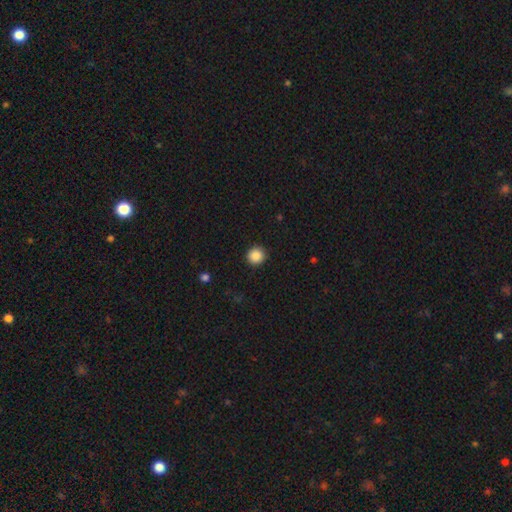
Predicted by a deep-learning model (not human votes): Smooth or featured?
  - smooth: 87% *
  - star or artifact: 10%
  - featured or disk: 3%
How rounded?
  - round: 95% *
  - in between: 4%
  - cigar-shaped: 1%
Merging?
  - none: 92% *
  - minor disturbance: 5%
  - major disturbance: 2%
  - merger: 1%